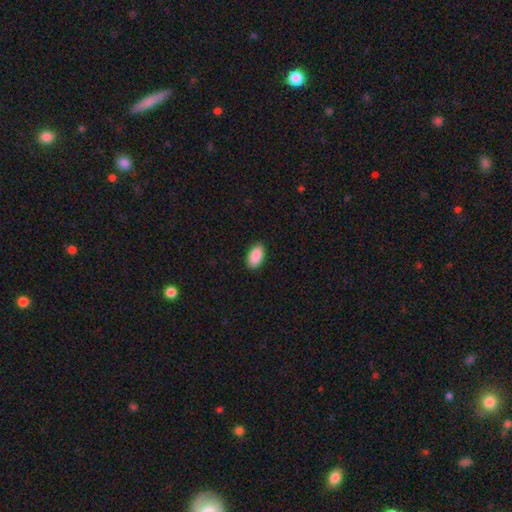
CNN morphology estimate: smooth_or_featured: smooth (p=0.91) [alt: star or artifact p=0.06]
how_rounded: in between (p=0.95) [alt: round p=0.03]
merging: none (p=0.89) [alt: minor disturbance p=0.09]